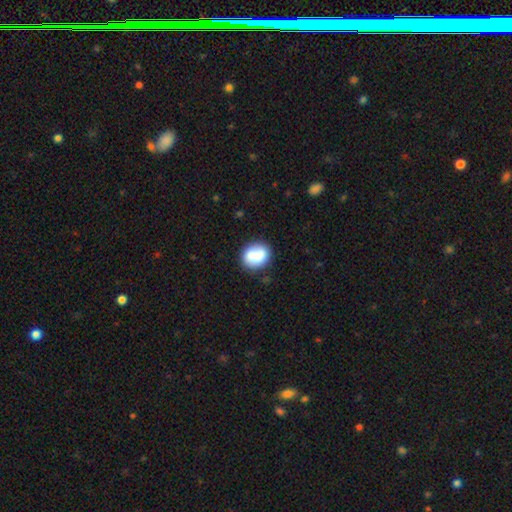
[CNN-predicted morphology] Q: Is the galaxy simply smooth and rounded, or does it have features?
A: smooth — 75%.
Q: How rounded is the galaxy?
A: round — 60%.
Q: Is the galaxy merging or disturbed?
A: none — 82%.